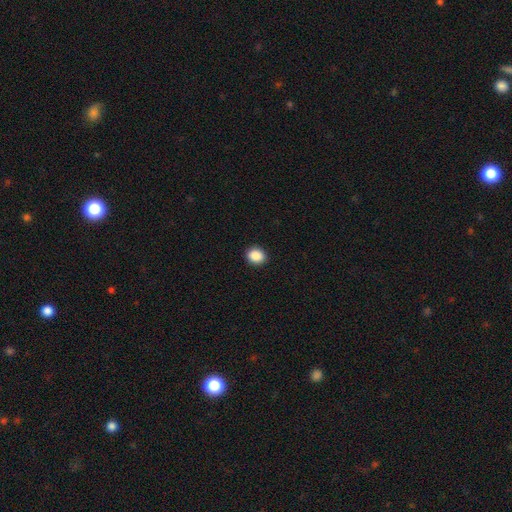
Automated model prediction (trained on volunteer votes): This appears to be a smooth galaxy with no disk features (88%) that is round (66%). Merging: none (92%).